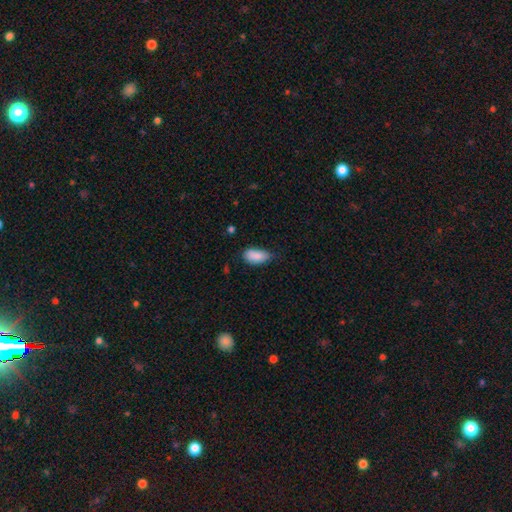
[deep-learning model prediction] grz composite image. It shows a smooth galaxy with no disk features (87%) that is in between round and cigar-shaped (91%). Merging: none (56%).